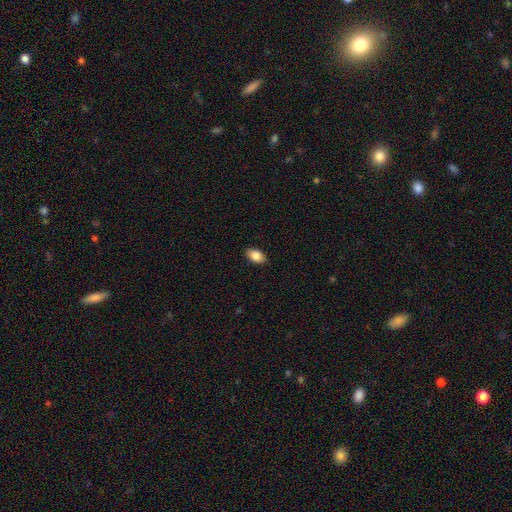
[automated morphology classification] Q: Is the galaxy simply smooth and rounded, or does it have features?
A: smooth — 86%.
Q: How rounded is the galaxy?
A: in between — 90%.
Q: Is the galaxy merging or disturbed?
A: none — 88%.